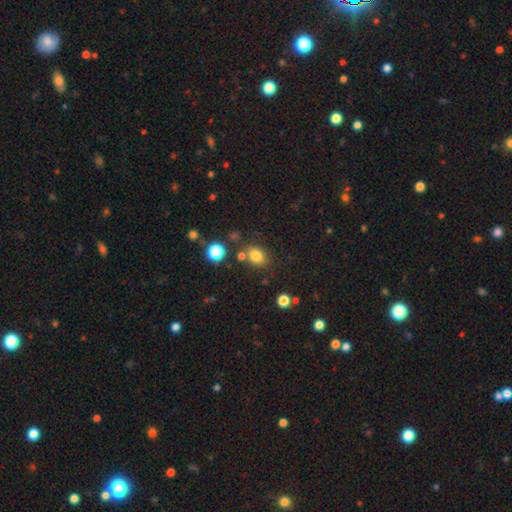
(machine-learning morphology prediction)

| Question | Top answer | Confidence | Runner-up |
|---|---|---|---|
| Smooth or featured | smooth | 79% | star or artifact (14%) |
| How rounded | round | 54% | in between (45%) |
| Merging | none | 73% | minor disturbance (13%) |